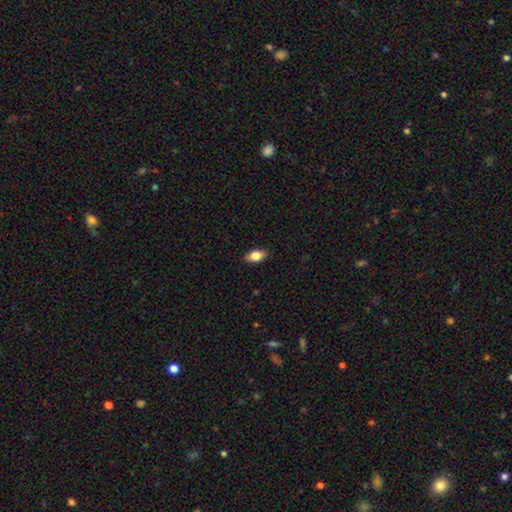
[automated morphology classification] Smooth or featured? smooth (82%)
How rounded? in between (90%)
Merging? none (89%)